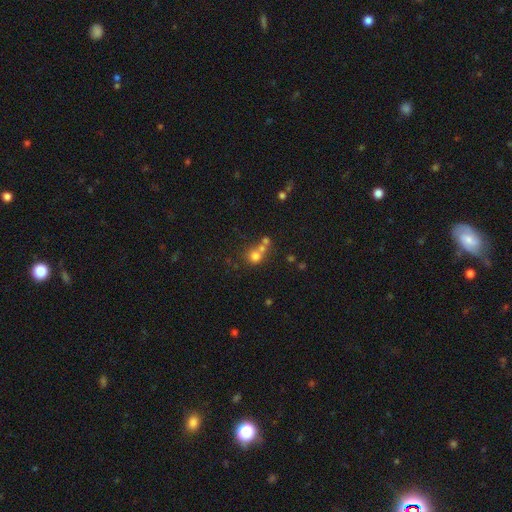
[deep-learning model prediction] This appears to be a smooth galaxy with no disk features (68%) that is round (84%). Merging: merger (44%).